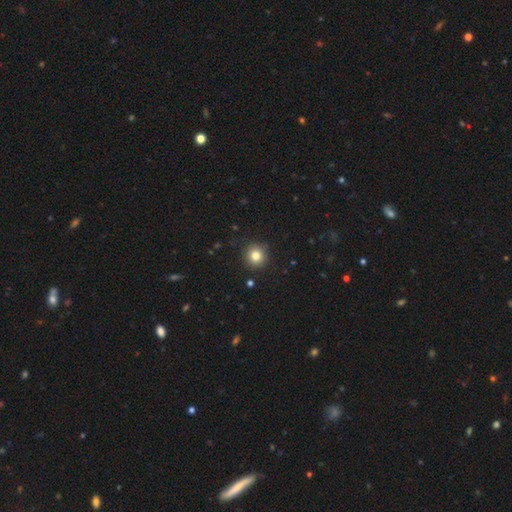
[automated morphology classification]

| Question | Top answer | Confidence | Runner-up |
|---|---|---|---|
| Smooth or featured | smooth | 81% | star or artifact (13%) |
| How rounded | round | 94% | in between (5%) |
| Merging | none | 90% | minor disturbance (7%) |